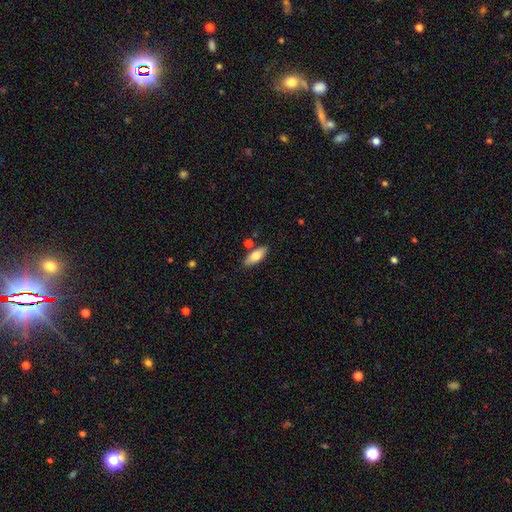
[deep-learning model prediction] Smooth or featured?
  - smooth: 73% *
  - featured or disk: 21%
  - star or artifact: 6%
How rounded?
  - in between: 77% *
  - cigar-shaped: 20%
  - round: 3%
Merging?
  - none: 80% *
  - minor disturbance: 11%
  - merger: 6%
  - major disturbance: 2%